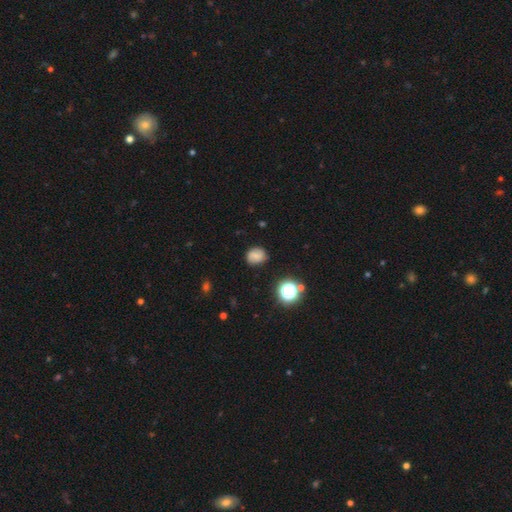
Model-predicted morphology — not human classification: Q: Smooth or featured?
A: smooth (73%); runner-up: star or artifact (15%)
Q: How rounded?
A: round (61%); runner-up: in between (38%)
Q: Merging?
A: none (79%); runner-up: minor disturbance (16%)